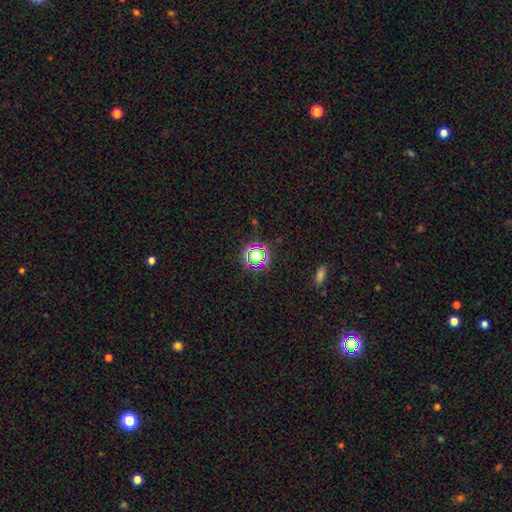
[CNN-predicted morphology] This appears to be a star or artifact, not a galaxy (57%).